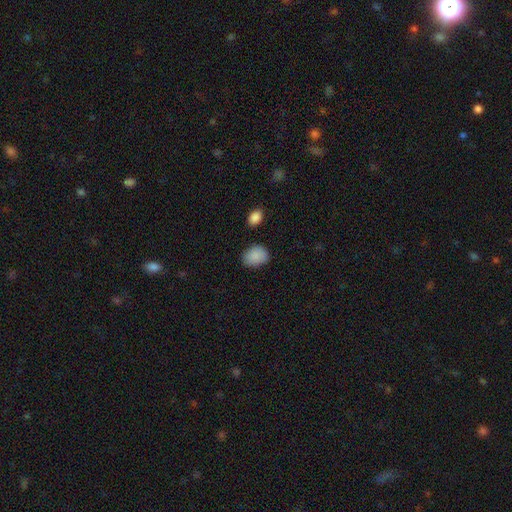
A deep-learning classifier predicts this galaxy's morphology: Q: Smooth or featured?
A: smooth (89%); runner-up: star or artifact (8%)
Q: How rounded?
A: in between (67%); runner-up: round (32%)
Q: Merging?
A: none (79%); runner-up: minor disturbance (15%)